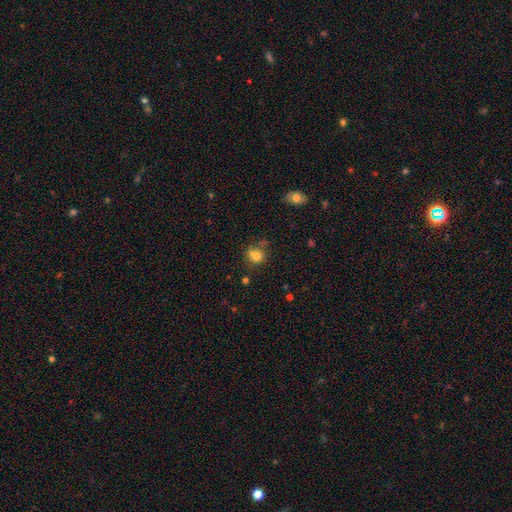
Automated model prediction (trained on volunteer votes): Q: Smooth or featured?
A: smooth (75%); runner-up: star or artifact (13%)
Q: How rounded?
A: round (72%); runner-up: in between (27%)
Q: Merging?
A: none (51%); runner-up: merger (27%)